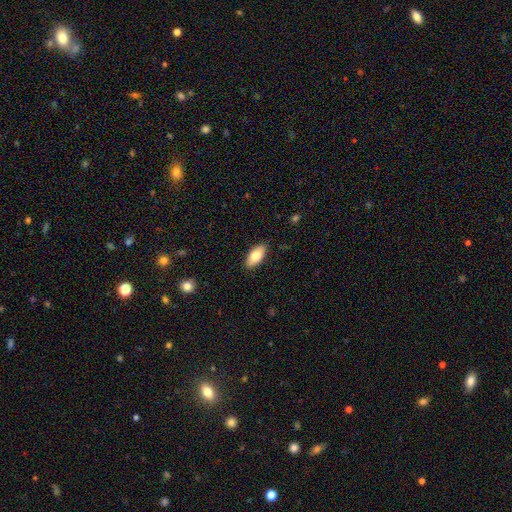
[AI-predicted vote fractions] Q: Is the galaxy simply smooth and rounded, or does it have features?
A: smooth — 79%.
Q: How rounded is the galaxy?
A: in between — 90%.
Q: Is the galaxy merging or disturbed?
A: none — 88%.